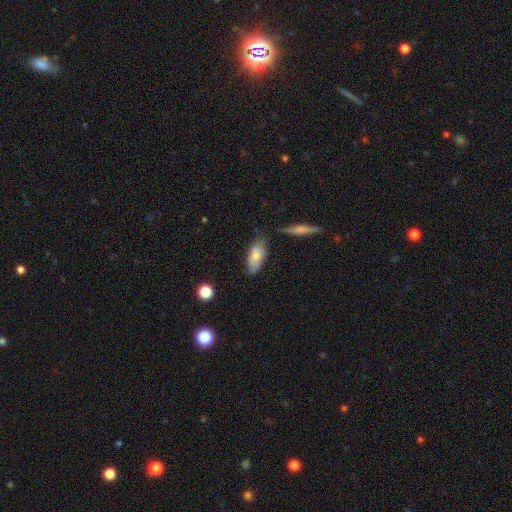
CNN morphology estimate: This is likely a smooth galaxy (70%). How rounded: clearly in between (84%). Merging: possibly none (58%).